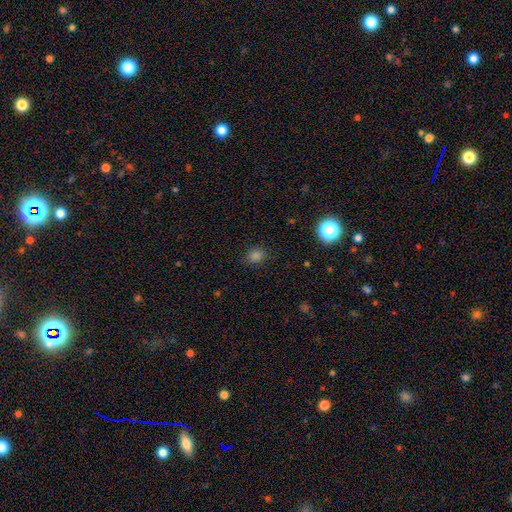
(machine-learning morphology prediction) smooth 78%, star or artifact 18%, featured or disk 4%. Down the decision tree: how rounded — round (49%, tied with in between); merging — none (86%).